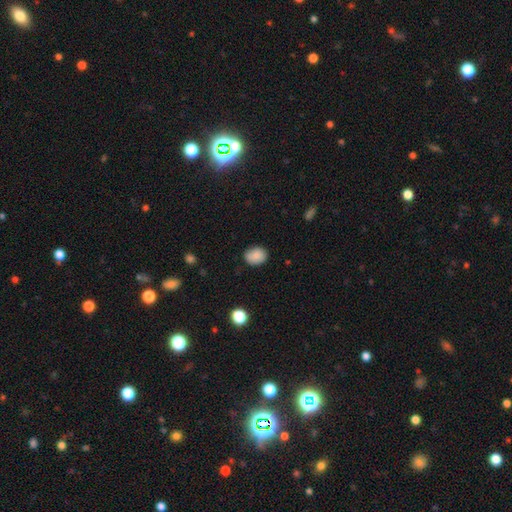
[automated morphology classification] type=smooth (86%); roundness=in between (57%); merging=none (80%).